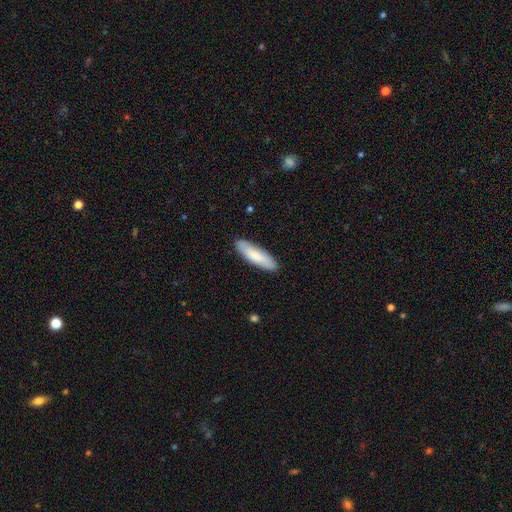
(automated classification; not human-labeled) This is likely a smooth galaxy (79%). How rounded: possibly cigar-shaped (59%). Merging: clearly none (89%).